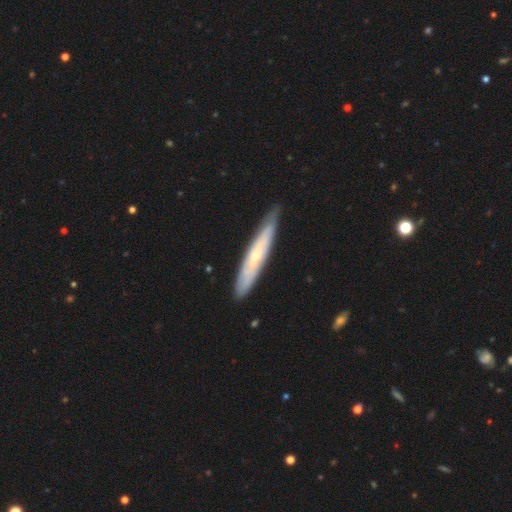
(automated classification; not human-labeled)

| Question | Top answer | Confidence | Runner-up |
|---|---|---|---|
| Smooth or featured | featured or disk | 59% | smooth (36%) |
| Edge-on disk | yes | 67% | no (33%) |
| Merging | none | 82% | minor disturbance (14%) |